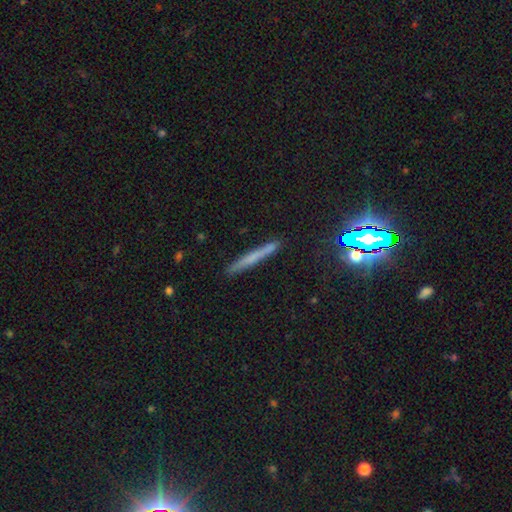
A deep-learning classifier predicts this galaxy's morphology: Q: Smooth or featured?
A: smooth (48%); runner-up: featured or disk (33%)
Q: Merging?
A: none (87%); runner-up: minor disturbance (9%)